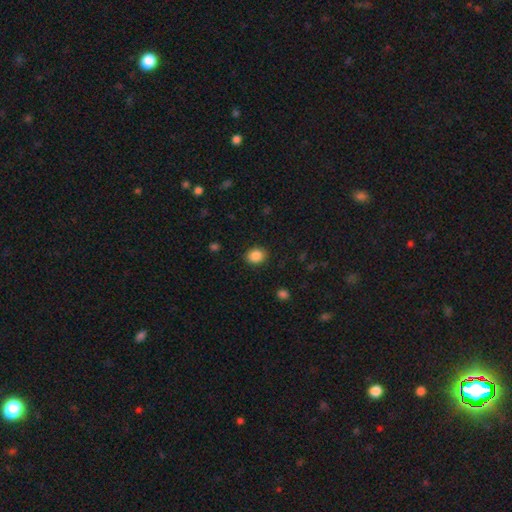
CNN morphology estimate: Smooth or featured?
  - smooth: 87% *
  - star or artifact: 9%
  - featured or disk: 3%
How rounded?
  - round: 60% *
  - in between: 40%
  - cigar-shaped: 1%
Merging?
  - none: 89% *
  - minor disturbance: 8%
  - major disturbance: 2%
  - merger: 1%